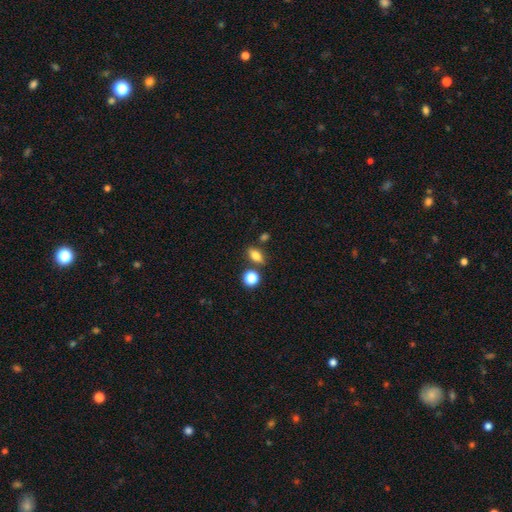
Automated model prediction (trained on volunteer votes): smooth 77%, star or artifact 12%, featured or disk 11%. Down the decision tree: how rounded — in between (75%); merging — none (77%).